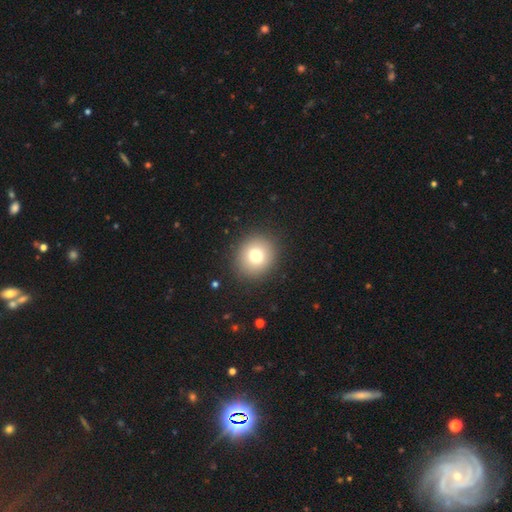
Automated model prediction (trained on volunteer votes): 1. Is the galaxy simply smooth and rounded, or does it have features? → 76% smooth, 12% star or artifact, 12% featured or disk.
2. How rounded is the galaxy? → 83% round, 16% in between, 1% cigar-shaped.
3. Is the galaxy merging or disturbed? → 90% none, 6% minor disturbance, 3% major disturbance, 1% merger.